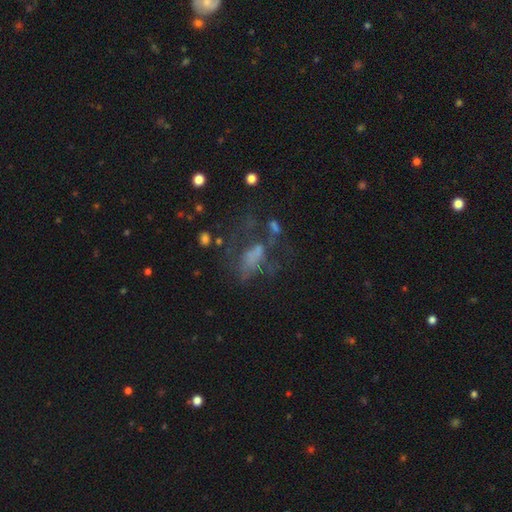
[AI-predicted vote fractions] A featured or disk galaxy (43%).

Vote fractions:
- Smooth or featured? featured or disk: 43% / smooth: 32% / star or artifact: 25%
- Merging? major disturbance: 38% / none: 35% / minor disturbance: 17% / merger: 11%